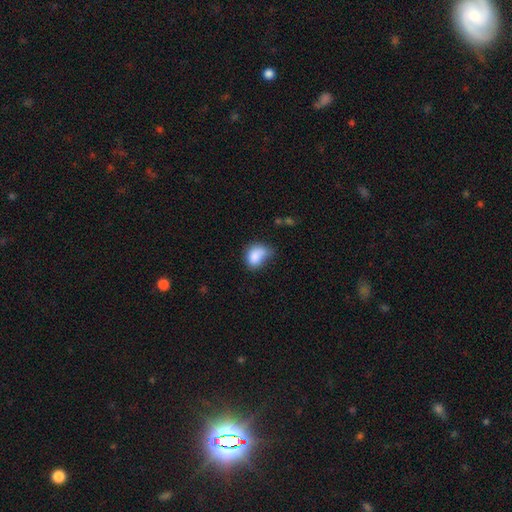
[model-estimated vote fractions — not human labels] Q: Smooth or featured?
A: smooth (83%); runner-up: star or artifact (9%)
Q: How rounded?
A: in between (69%); runner-up: round (30%)
Q: Merging?
A: none (38%); tied with: minor disturbance (38%)